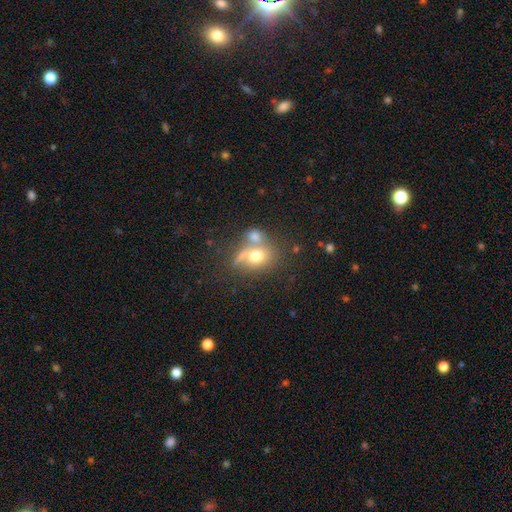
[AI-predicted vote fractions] This is likely a smooth galaxy (67%). How rounded: possibly round (57%). Merging: possibly merger (48%).